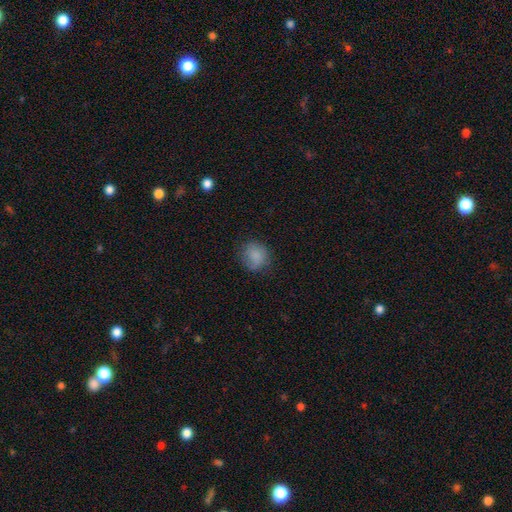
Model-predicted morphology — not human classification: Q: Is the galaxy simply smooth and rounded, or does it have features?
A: smooth — 84%.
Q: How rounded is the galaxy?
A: round — 81%.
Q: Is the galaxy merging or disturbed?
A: none — 75%.